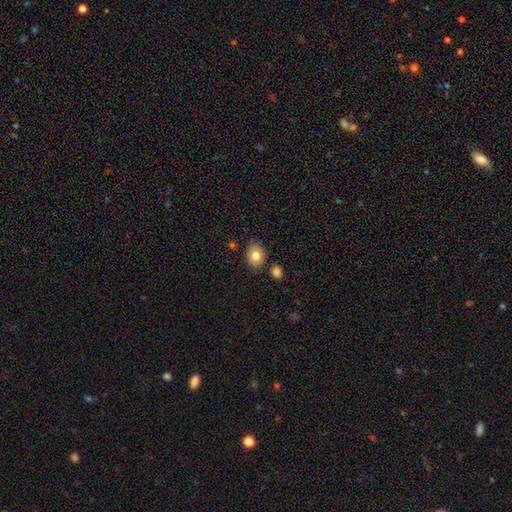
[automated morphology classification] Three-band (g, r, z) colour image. It shows a smooth galaxy with no disk features (80%) that is in between round and cigar-shaped (61%). Merging: none (84%).